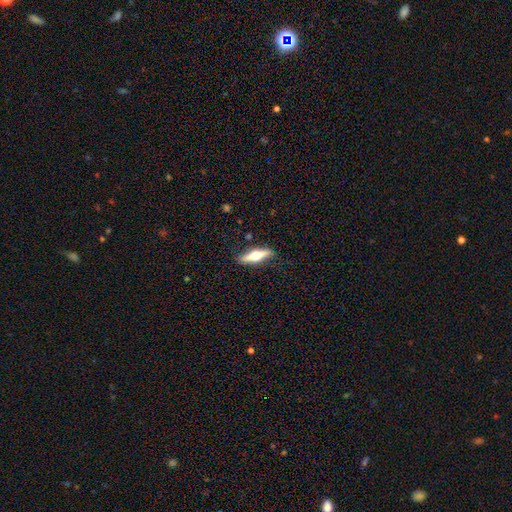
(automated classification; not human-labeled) Smooth or featured? featured or disk (52%)
Edge-on disk? yes (92%)
Merging? none (86%)